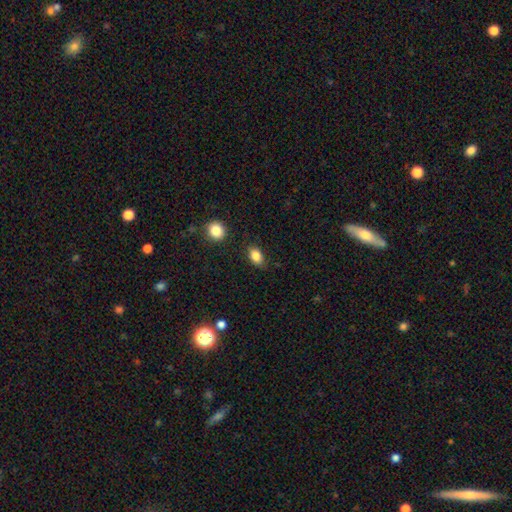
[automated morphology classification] Smooth or featured?
  - smooth: 85% *
  - star or artifact: 9%
  - featured or disk: 6%
How rounded?
  - in between: 84% *
  - round: 15%
  - cigar-shaped: 2%
Merging?
  - none: 80% *
  - minor disturbance: 14%
  - major disturbance: 3%
  - merger: 2%